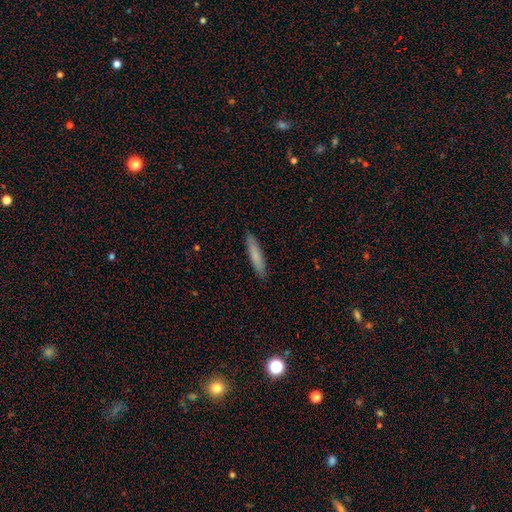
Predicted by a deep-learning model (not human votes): Smooth or featured? Predicted: smooth (p=0.76). How rounded? Predicted: cigar-shaped (p=0.90). Merging? Predicted: none (p=0.90).